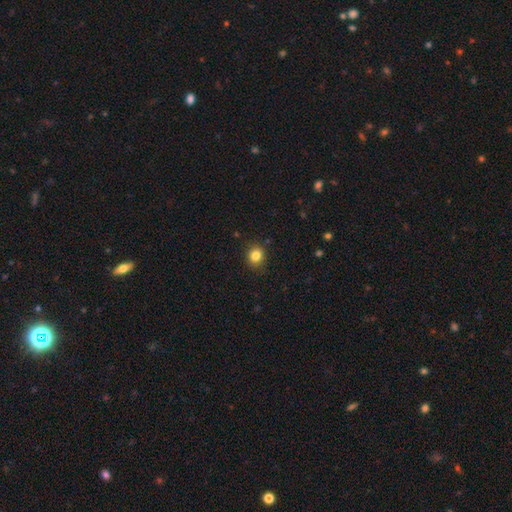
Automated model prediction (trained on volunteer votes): This appears to be a smooth galaxy with no disk features (83%) that is round (73%). Merging: none (88%).